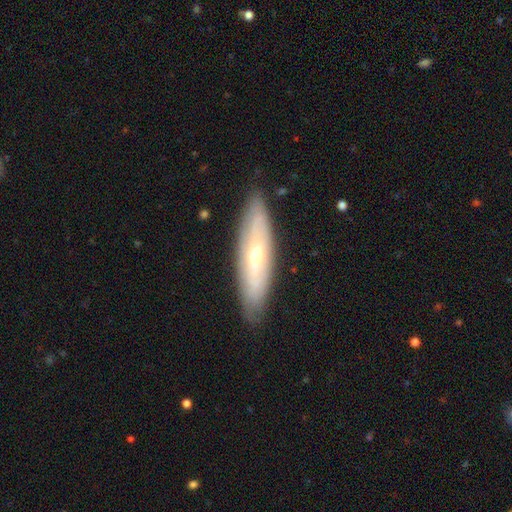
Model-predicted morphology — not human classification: Overall: featured or disk (63%; smooth 31%). Edge-on disk: no (55%; yes 45%). Merging: none (85%).